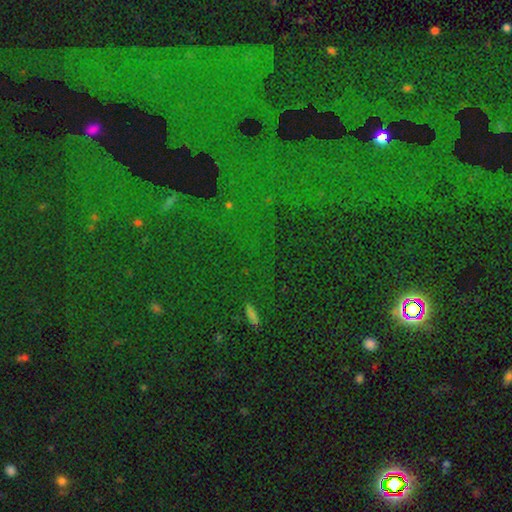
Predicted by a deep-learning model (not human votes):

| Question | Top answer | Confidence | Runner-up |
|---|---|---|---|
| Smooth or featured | star or artifact | 77% | smooth (13%) |